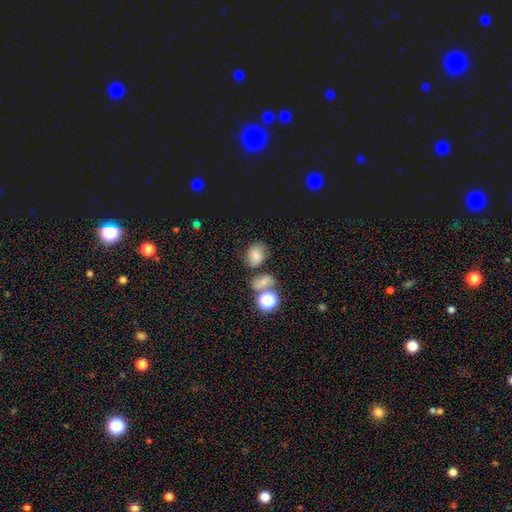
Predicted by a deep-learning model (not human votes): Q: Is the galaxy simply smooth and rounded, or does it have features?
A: smooth — 75%.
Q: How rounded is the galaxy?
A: in between — 55%.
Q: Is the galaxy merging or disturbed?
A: none — 61%.